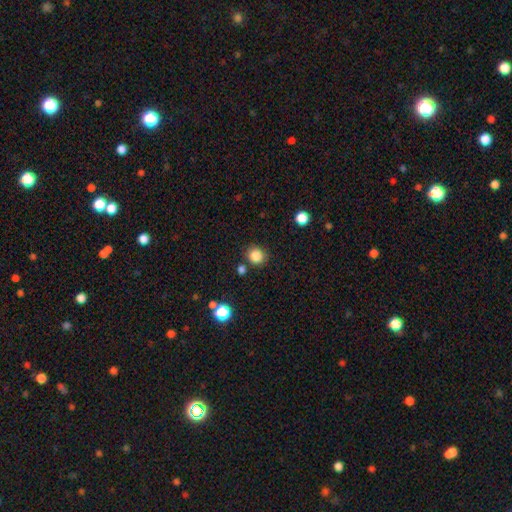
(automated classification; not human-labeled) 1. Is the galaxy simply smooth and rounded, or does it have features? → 84% smooth, 12% star or artifact, 4% featured or disk.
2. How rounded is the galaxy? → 85% round, 14% in between, 1% cigar-shaped.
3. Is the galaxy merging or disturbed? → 83% none, 9% minor disturbance, 5% merger, 3% major disturbance.